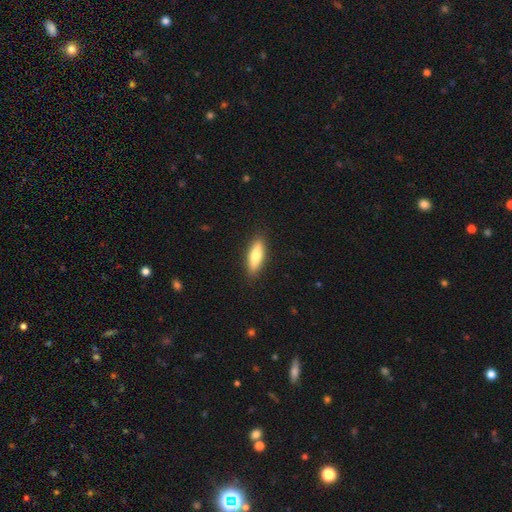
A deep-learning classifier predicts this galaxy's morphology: Smooth or featured?
  - smooth: 71% *
  - featured or disk: 23%
  - star or artifact: 6%
How rounded?
  - cigar-shaped: 54% *
  - in between: 44%
  - round: 2%
Merging?
  - none: 88% *
  - minor disturbance: 9%
  - major disturbance: 2%
  - merger: 1%